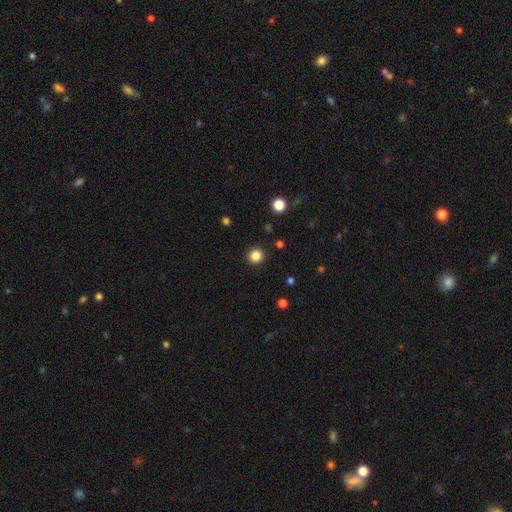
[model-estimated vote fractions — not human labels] Morphology: type=smooth (84%); roundness=round (94%); merging=none (92%).